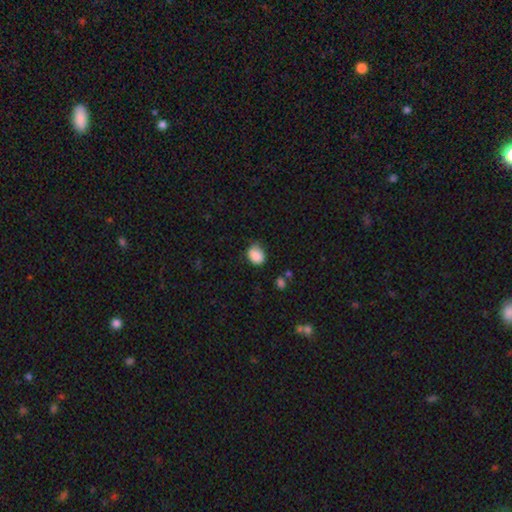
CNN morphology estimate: Smooth or featured: smooth — 87% (star or artifact — 9%)
How rounded: in between — 56% (round — 43%)
Merging: none — 61% (minor disturbance — 31%)